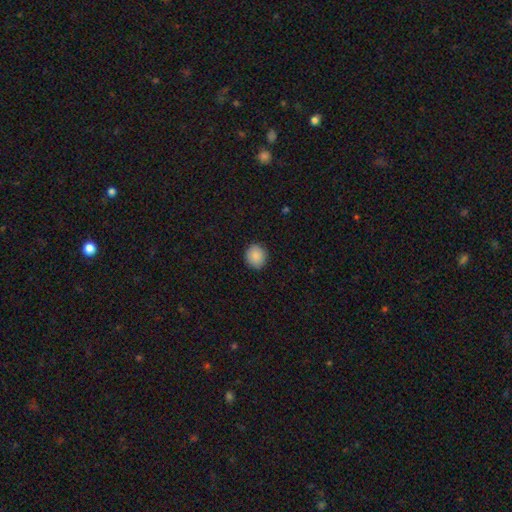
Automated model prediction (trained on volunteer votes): This is clearly a smooth galaxy (89%). How rounded: clearly round (84%). Merging: clearly none (90%).